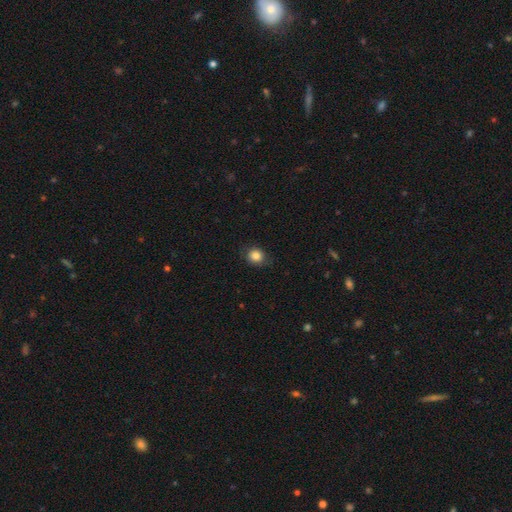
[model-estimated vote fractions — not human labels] Smooth or featured?
  - smooth: 85% *
  - star or artifact: 10%
  - featured or disk: 5%
How rounded?
  - round: 80% *
  - in between: 19%
  - cigar-shaped: 1%
Merging?
  - none: 81% *
  - minor disturbance: 15%
  - major disturbance: 3%
  - merger: 1%